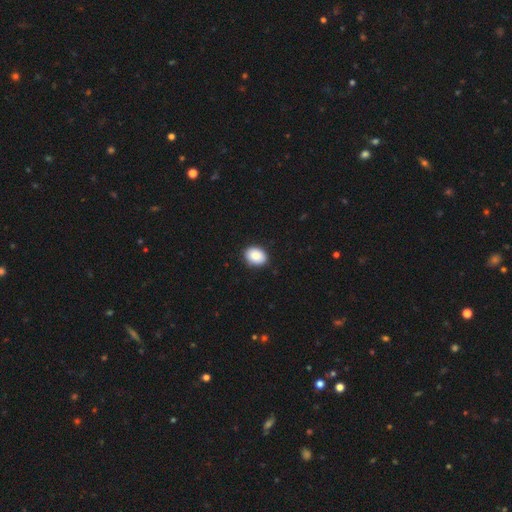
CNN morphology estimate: Overall: smooth (88%). How rounded: in between (72%). Merging: none (89%).